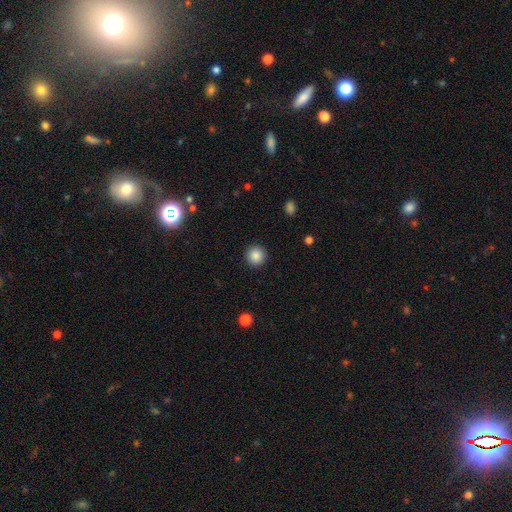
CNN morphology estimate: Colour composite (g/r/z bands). It shows a smooth galaxy with no disk features (86%) that is round (95%). Merging: none (92%).